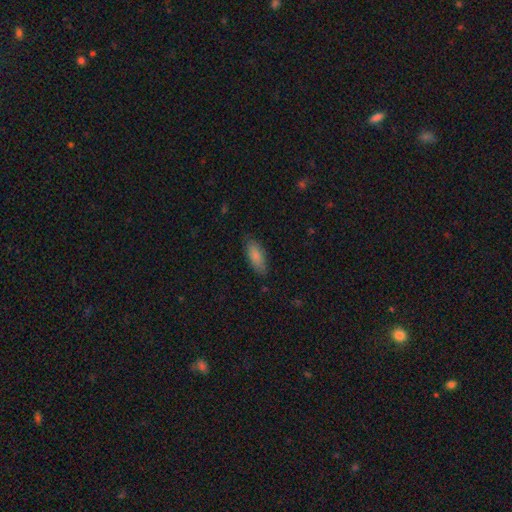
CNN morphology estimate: This is clearly a smooth galaxy (85%). How rounded: likely in between (77%). Merging: clearly none (81%).